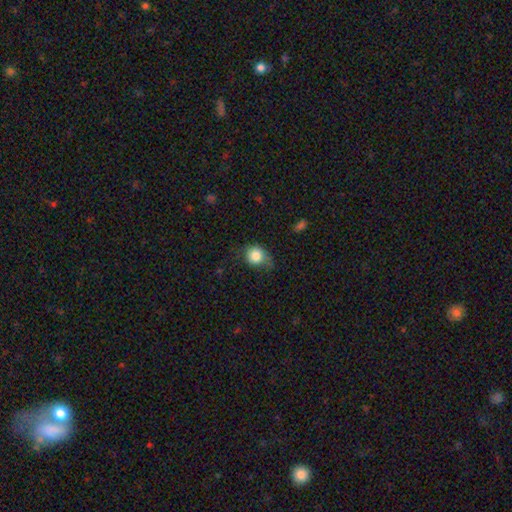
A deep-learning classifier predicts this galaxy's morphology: smooth_or_featured: smooth (p=0.81) [alt: featured or disk p=0.10]
how_rounded: round (p=0.74) [alt: in between p=0.25]
merging: none (p=0.45) [alt: minor disturbance p=0.36]